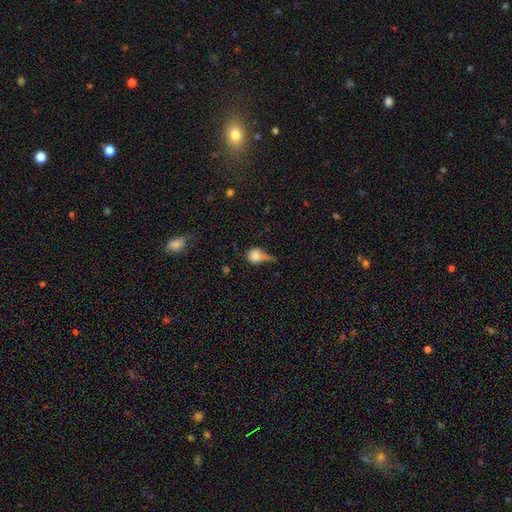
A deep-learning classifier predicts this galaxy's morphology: This is likely a smooth galaxy (75%). How rounded: likely round (69%). Merging: marginally minor disturbance (30%).